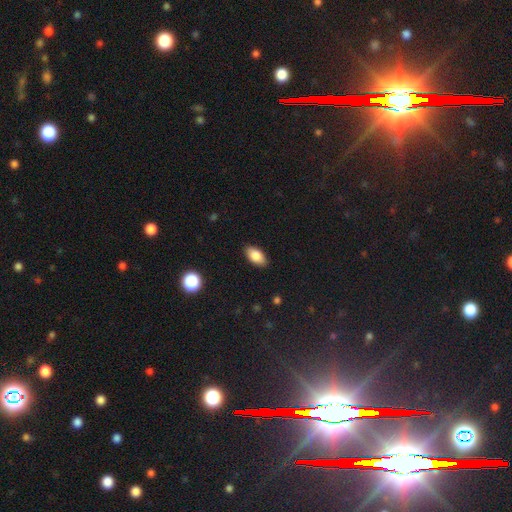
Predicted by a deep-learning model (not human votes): Smooth or featured? smooth (85%)
How rounded? in between (92%)
Merging? none (88%)